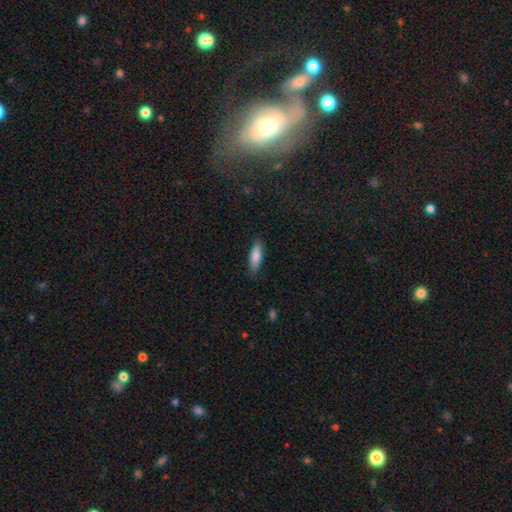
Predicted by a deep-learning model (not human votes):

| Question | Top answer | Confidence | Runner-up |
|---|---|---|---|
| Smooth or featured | smooth | 83% | featured or disk (11%) |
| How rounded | in between | 50% | cigar-shaped (49%) |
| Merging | none | 85% | minor disturbance (11%) |